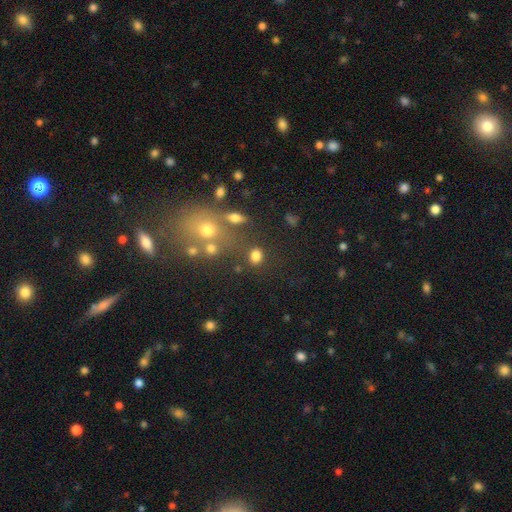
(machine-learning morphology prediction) smooth-or-featured: smooth: 78% | star or artifact: 13% | featured or disk: 9%
  how-rounded: round: 53% | in between: 45% | cigar-shaped: 2%
  merging: none: 71% | minor disturbance: 12% | merger: 11% | major disturbance: 6%